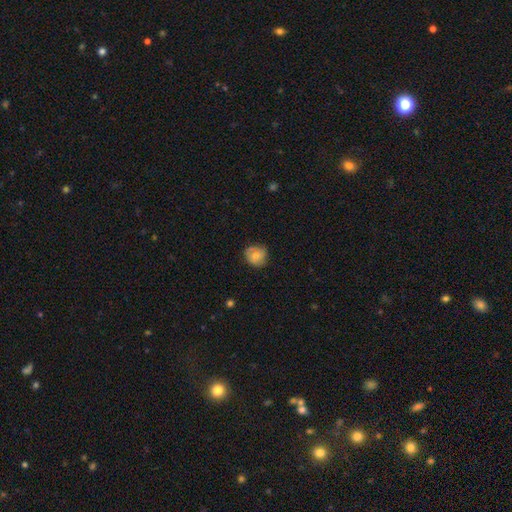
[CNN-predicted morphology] A smooth galaxy with no disk features (67%) that is round (83%). Merging: none (71%).